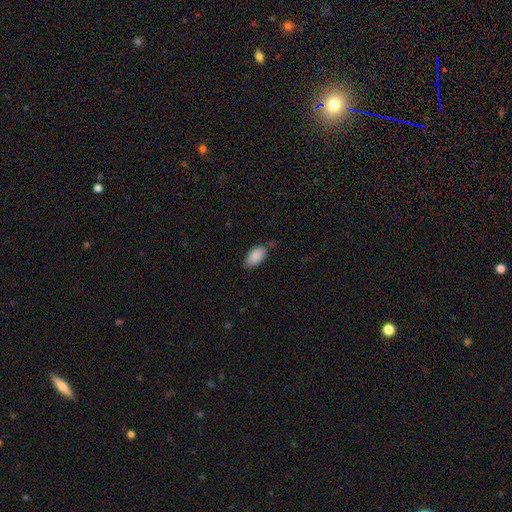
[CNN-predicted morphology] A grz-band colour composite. It shows a smooth galaxy with no disk features (89%) that is in between round and cigar-shaped (95%). Merging: none (69%).